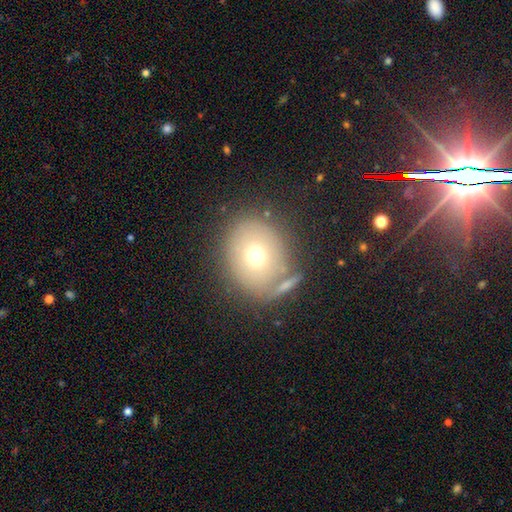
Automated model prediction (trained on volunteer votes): Morphology: type=smooth (64%); roundness=round (63%); merging=none (71%).